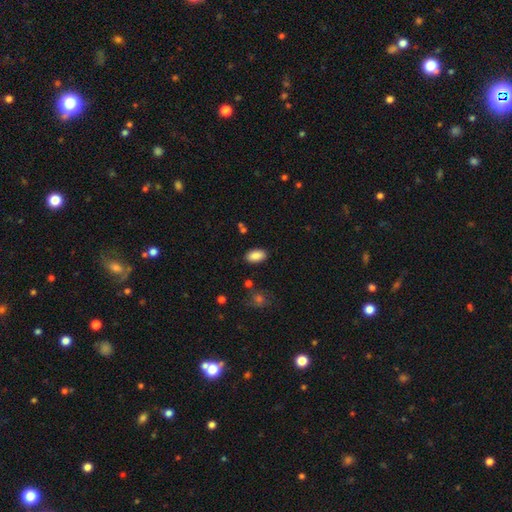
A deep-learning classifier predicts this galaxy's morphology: Smooth or featured?
  - smooth: 88% *
  - star or artifact: 8%
  - featured or disk: 4%
How rounded?
  - in between: 93% *
  - round: 4%
  - cigar-shaped: 2%
Merging?
  - none: 87% *
  - minor disturbance: 9%
  - major disturbance: 2%
  - merger: 2%